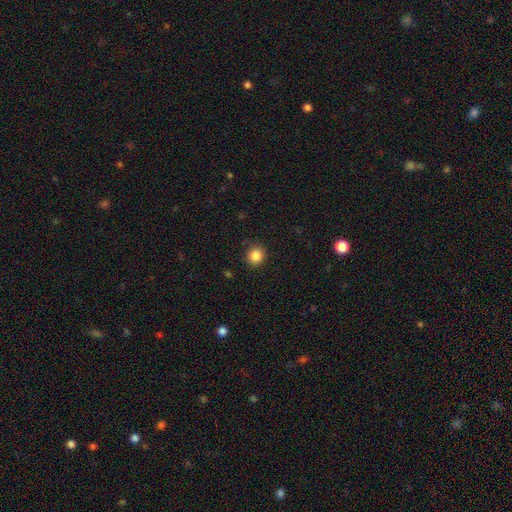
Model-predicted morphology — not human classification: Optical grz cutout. It shows a smooth galaxy with no disk features (85%) that is round (87%). Merging: none (87%).